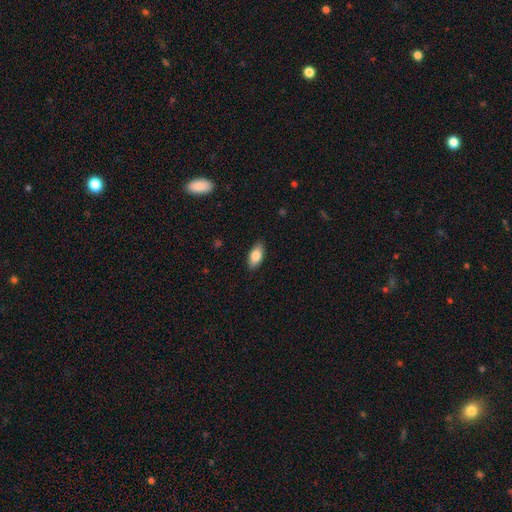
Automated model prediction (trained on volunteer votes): smooth-or-featured: smooth: 82% | featured or disk: 11% | star or artifact: 7%
  how-rounded: in between: 89% | cigar-shaped: 8% | round: 3%
  merging: none: 88% | minor disturbance: 9% | major disturbance: 2% | merger: 1%